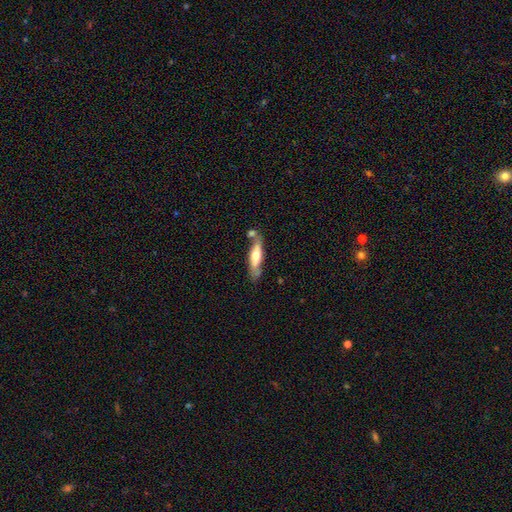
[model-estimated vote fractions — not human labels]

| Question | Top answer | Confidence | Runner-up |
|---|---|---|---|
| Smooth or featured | smooth | 49% | featured or disk (45%) |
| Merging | none | 59% | merger (19%) |